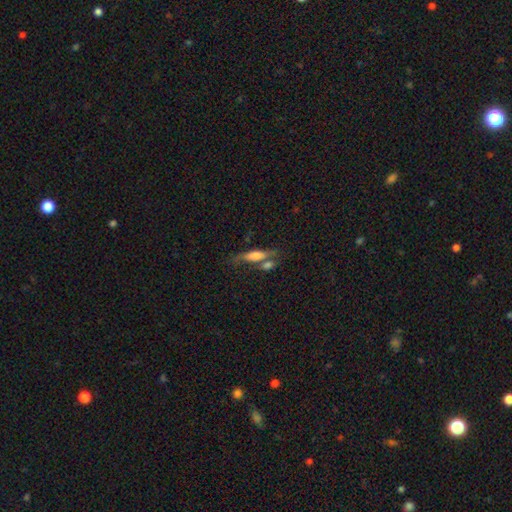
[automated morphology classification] The model was most divided on "smooth or featured": smooth: 54%, featured or disk: 37%, star or artifact: 9%. Remaining: how rounded — cigar-shaped (61%); merging — none (47%).